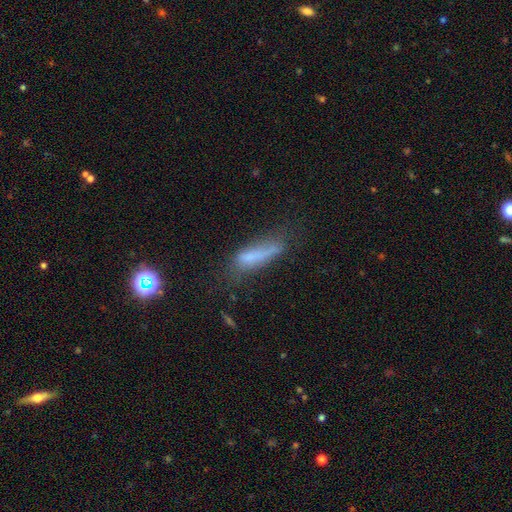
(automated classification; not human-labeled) This is likely a smooth galaxy (60%). How rounded: likely cigar-shaped (66%). Merging: marginally none (39%).